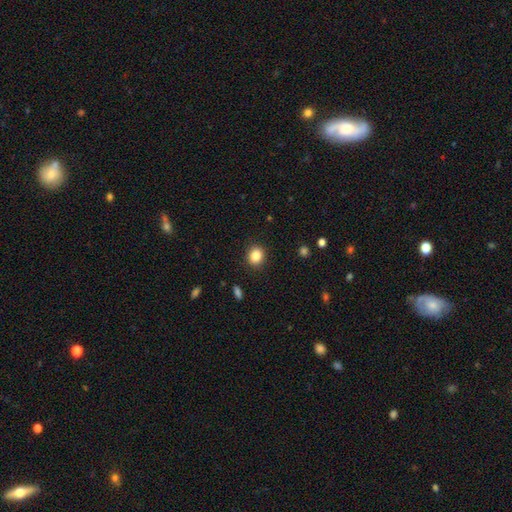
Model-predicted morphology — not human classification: A smooth galaxy with no disk features (86%) that is round (74%).

Vote fractions:
- Smooth or featured? smooth: 86% / star or artifact: 10% / featured or disk: 4%
- How rounded? round: 74% / in between: 25% / cigar-shaped: 1%
- Merging? none: 90% / minor disturbance: 7% / major disturbance: 2% / merger: 1%